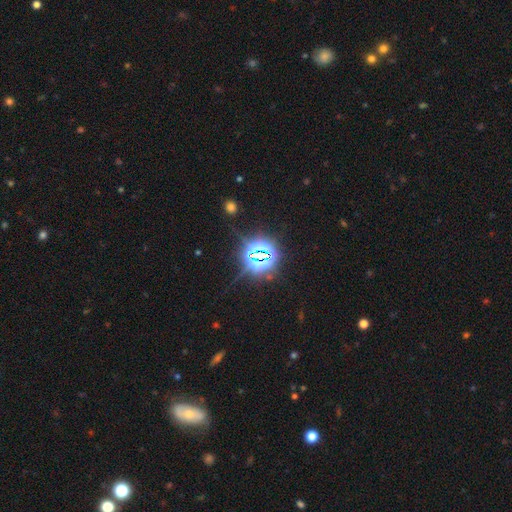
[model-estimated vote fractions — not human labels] This appears to be a star or artifact, not a galaxy (82%).